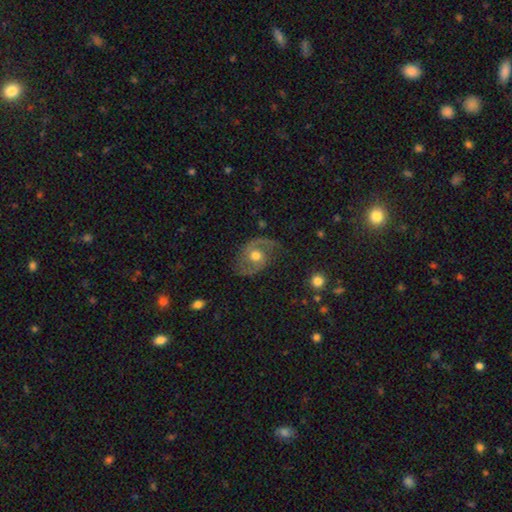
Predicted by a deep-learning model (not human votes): featured or disk 77%, smooth 16%, star or artifact 7%. Down the decision tree: edge-on disk — no (97%); bar — no (69%); spiral arms — yes (89%); spiral arm count — 2 (85%); spiral winding — medium (50%); bulge size — moderate (76%); merging — none (66%).